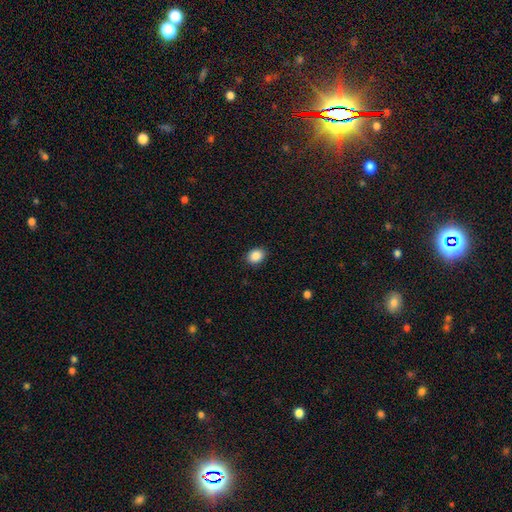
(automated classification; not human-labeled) This is clearly a smooth galaxy (88%). How rounded: possibly in between (57%). Merging: clearly none (89%).